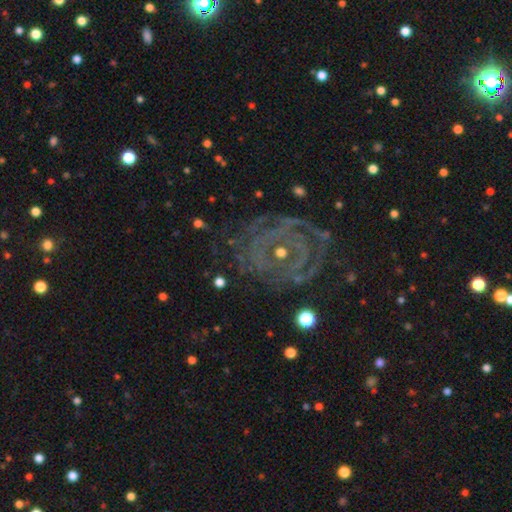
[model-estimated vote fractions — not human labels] Smooth or featured: featured or disk — 80% (star or artifact — 11%)
Edge-on disk: no — 97% (yes — 3%)
Bar: no — 65% (weak — 27%)
Spiral arms: yes — 86% (no — 14%)
Spiral winding: tight — 71% (medium — 23%)
Spiral arm count: can't tell — 40% (2 — 20%)
Bulge size: small — 61% (moderate — 31%)
Merging: none — 68% (minor disturbance — 17%)